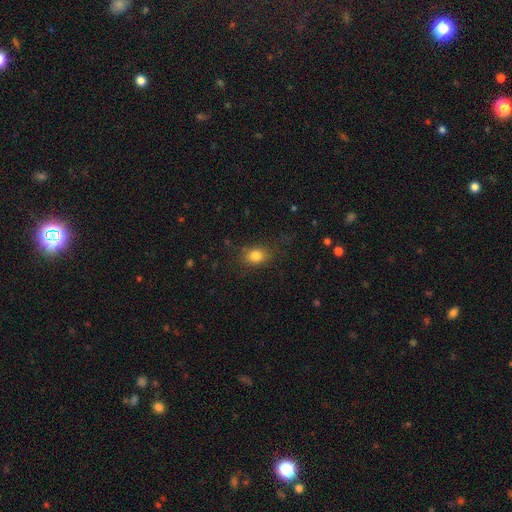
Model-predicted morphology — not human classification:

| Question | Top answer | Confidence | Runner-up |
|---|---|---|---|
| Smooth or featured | smooth | 81% | star or artifact (11%) |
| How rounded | in between | 59% | round (40%) |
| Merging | none | 78% | minor disturbance (15%) |